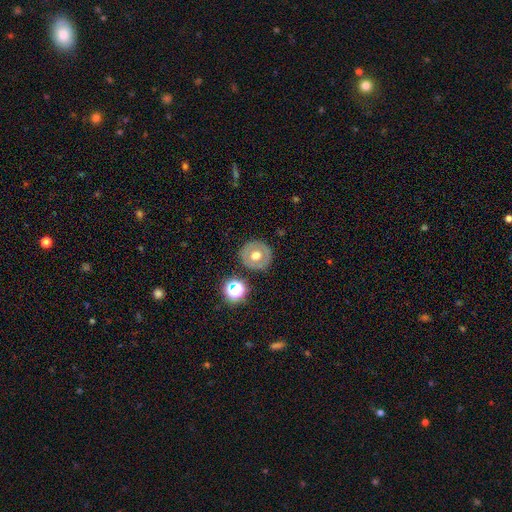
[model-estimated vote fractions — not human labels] smooth 52%, featured or disk 38%, star or artifact 10%. Down the decision tree: how rounded — round (90%); merging — none (85%).